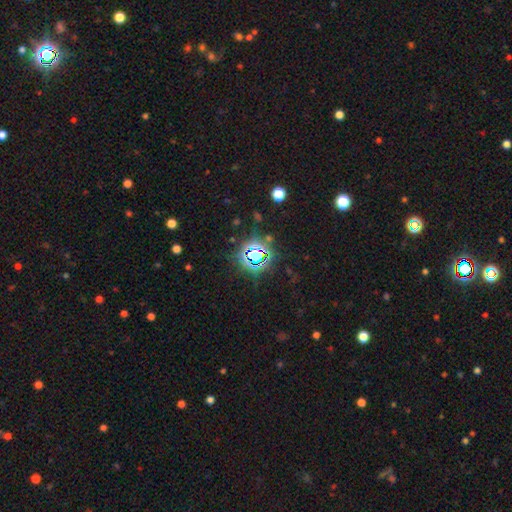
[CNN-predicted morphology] A star or artifact, not a galaxy (76%).

Vote fractions:
- Smooth or featured? star or artifact: 76% / smooth: 15% / featured or disk: 9%